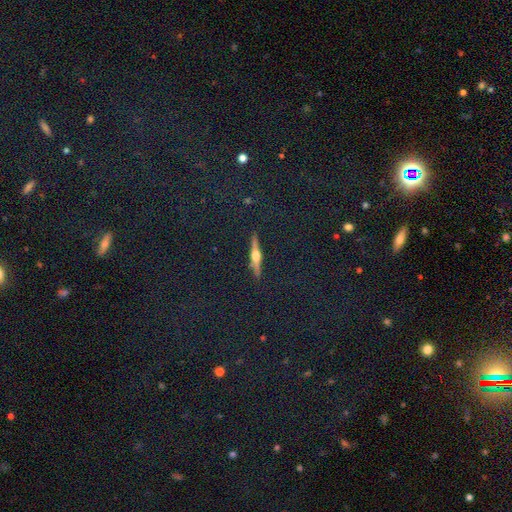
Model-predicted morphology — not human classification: A featured or disk galaxy (61%) viewed edge-on (92%) with a rounded central bulge (90%).

Vote fractions:
- Smooth or featured? featured or disk: 61% / smooth: 22% / star or artifact: 18%
- Edge-on disk? yes: 92% / no: 8%
- Edge-on bulge? rounded: 90% / boxy: 6% / none: 5%
- Merging? none: 88% / minor disturbance: 7% / major disturbance: 2% / merger: 2%